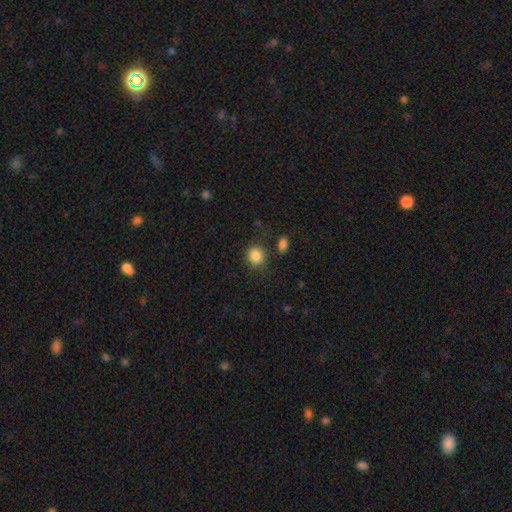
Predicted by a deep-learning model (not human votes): smooth_or_featured: smooth (p=0.86) [alt: star or artifact p=0.09]
how_rounded: round (p=0.79) [alt: in between p=0.20]
merging: none (p=0.79) [alt: minor disturbance p=0.12]